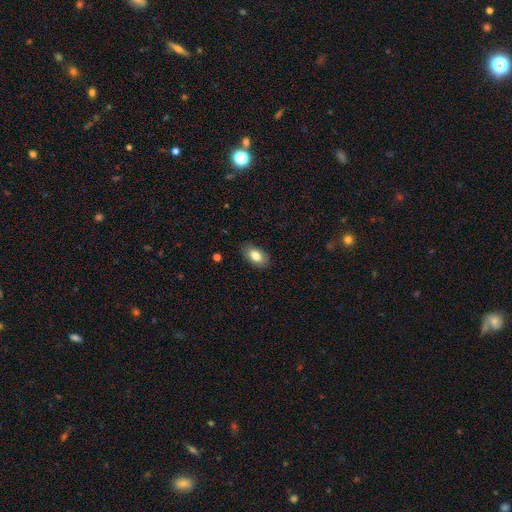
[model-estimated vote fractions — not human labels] Smooth or featured?
  - smooth: 81% *
  - featured or disk: 12%
  - star or artifact: 7%
How rounded?
  - in between: 92% *
  - round: 6%
  - cigar-shaped: 2%
Merging?
  - none: 84% *
  - minor disturbance: 12%
  - major disturbance: 3%
  - merger: 1%